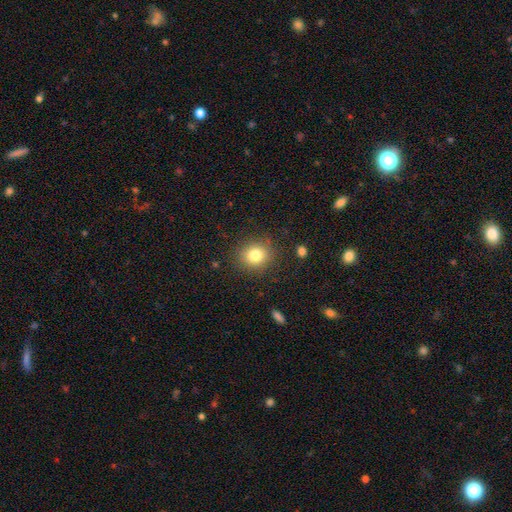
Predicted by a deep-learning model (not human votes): Smooth or featured? Predicted: smooth (p=0.80). How rounded? Predicted: round (p=0.75). Merging? Predicted: none (p=0.88).